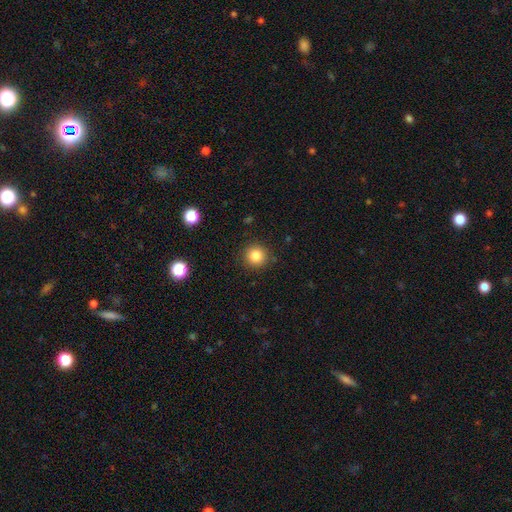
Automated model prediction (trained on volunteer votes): Smooth or featured: smooth — 83% (star or artifact — 11%)
How rounded: round — 94% (in between — 5%)
Merging: none — 90% (minor disturbance — 7%)